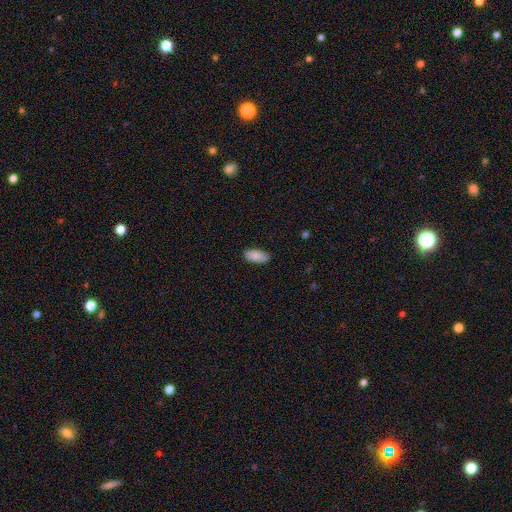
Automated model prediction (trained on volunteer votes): This appears to be a smooth galaxy with no disk features (88%) that is in between round and cigar-shaped (93%). Merging: none (84%).